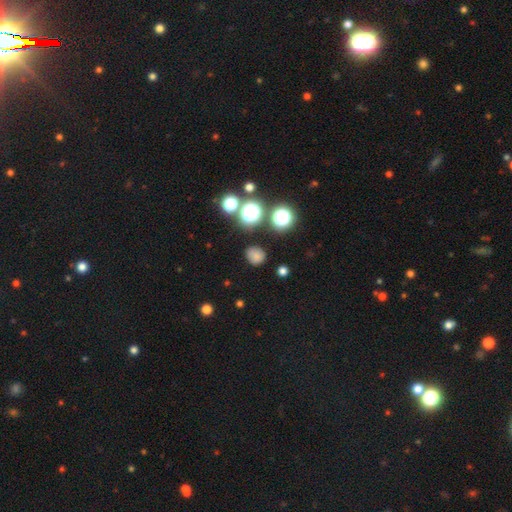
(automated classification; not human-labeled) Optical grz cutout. It shows a smooth galaxy with no disk features (70%) that is round (79%). Merging: none (78%).